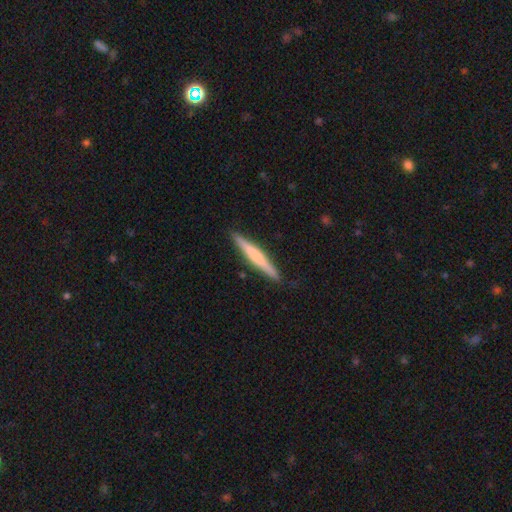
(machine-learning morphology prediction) Smooth or featured? smooth (50%)
Merging? none (90%)